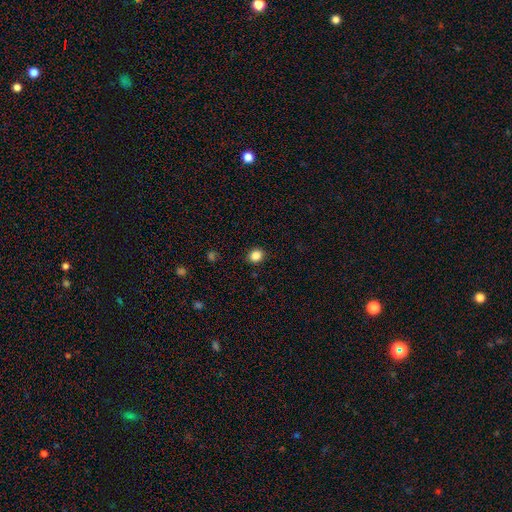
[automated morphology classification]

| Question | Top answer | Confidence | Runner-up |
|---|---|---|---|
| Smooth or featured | smooth | 86% | star or artifact (11%) |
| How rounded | round | 76% | in between (23%) |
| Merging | none | 91% | minor disturbance (6%) |